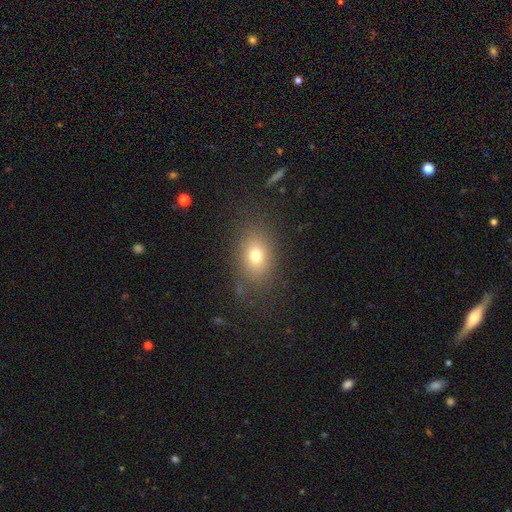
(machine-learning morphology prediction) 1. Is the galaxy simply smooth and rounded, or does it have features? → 73% smooth, 14% star or artifact, 13% featured or disk.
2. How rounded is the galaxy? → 67% in between, 32% round, 2% cigar-shaped.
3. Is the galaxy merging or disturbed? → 80% none, 12% minor disturbance, 7% major disturbance, 1% merger.